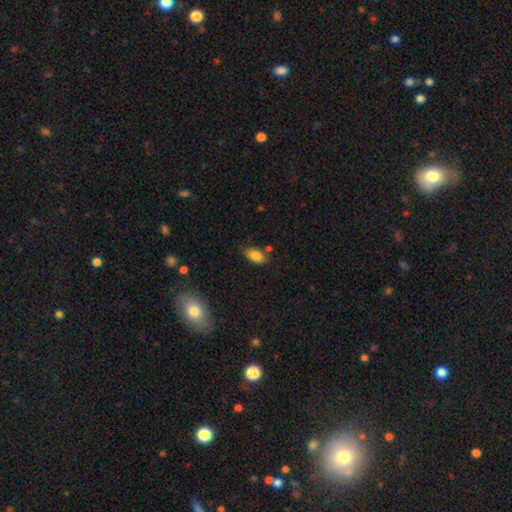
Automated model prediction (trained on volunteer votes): smooth_or_featured: smooth (p=0.86) [alt: star or artifact p=0.08]
how_rounded: in between (p=0.92) [alt: round p=0.05]
merging: none (p=0.73) [alt: minor disturbance p=0.18]